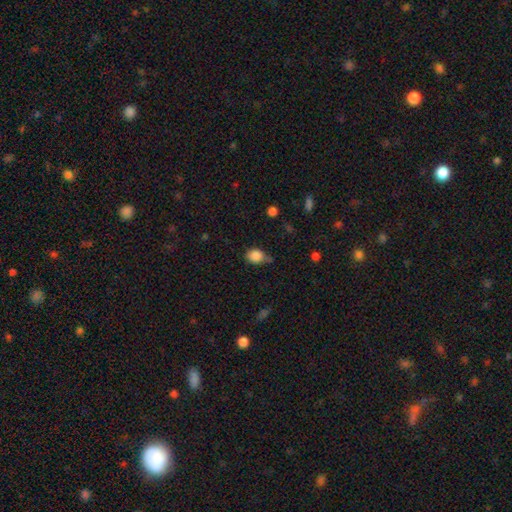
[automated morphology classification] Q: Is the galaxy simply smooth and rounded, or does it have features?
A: smooth — 86%.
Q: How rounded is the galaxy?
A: in between — 51%.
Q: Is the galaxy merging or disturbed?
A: none — 55%.